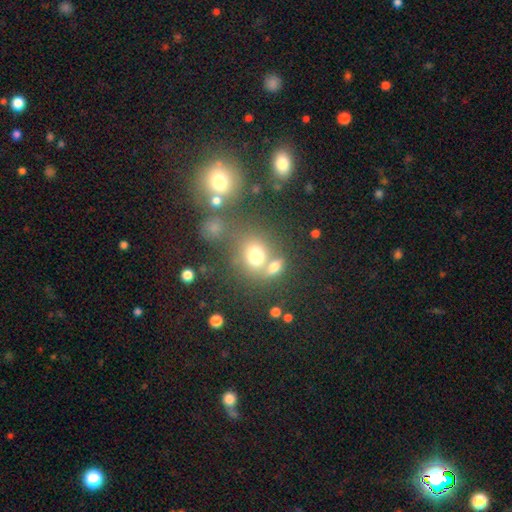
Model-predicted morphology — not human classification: smooth_or_featured: smooth (p=0.71) [alt: star or artifact p=0.16]
how_rounded: round (p=0.66) [alt: in between p=0.32]
merging: none (p=0.47) [alt: merger p=0.37]